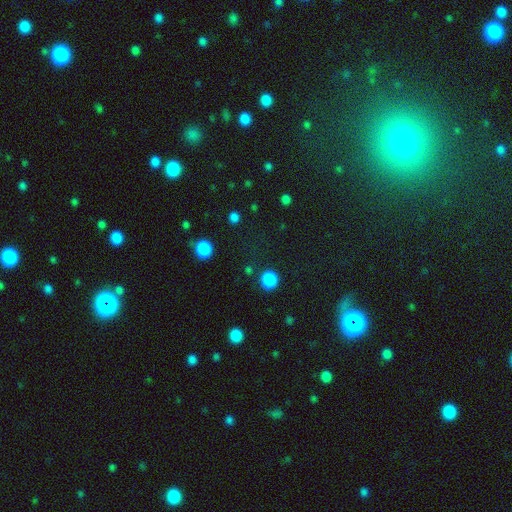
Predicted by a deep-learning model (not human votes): A star or artifact, not a galaxy (60%).

Vote fractions:
- Smooth or featured? star or artifact: 60% / smooth: 29% / featured or disk: 11%